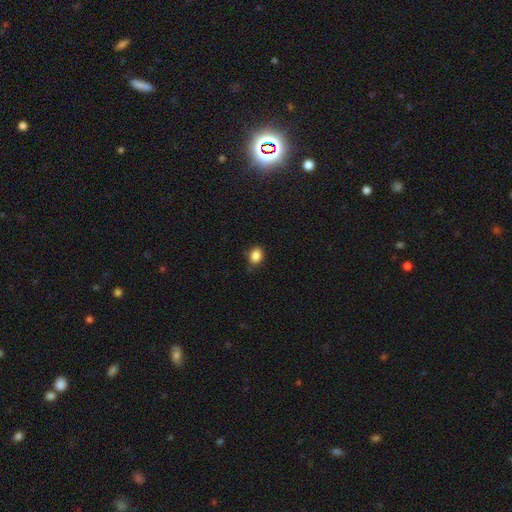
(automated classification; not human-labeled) Morphology: type=smooth (86%); roundness=in between (50%); merging=none (78%).